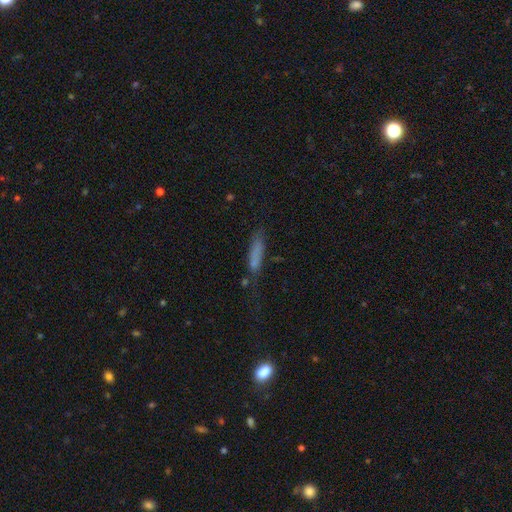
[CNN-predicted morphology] Q: Smooth or featured?
A: smooth (68%); runner-up: featured or disk (19%)
Q: How rounded?
A: cigar-shaped (83%); runner-up: in between (15%)
Q: Merging?
A: none (51%); runner-up: minor disturbance (25%)